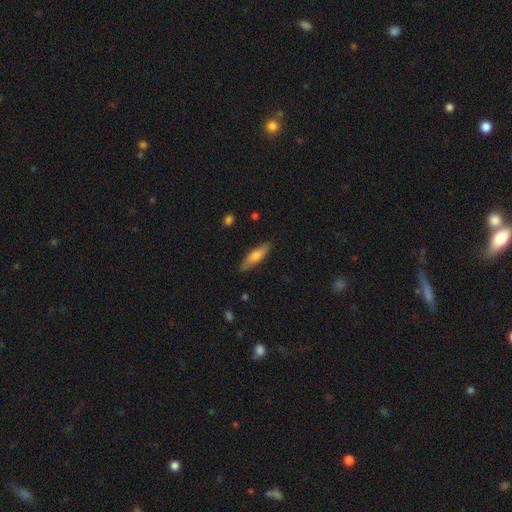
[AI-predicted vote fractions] smooth-or-featured: smooth: 65% | featured or disk: 29% | star or artifact: 6%
  how-rounded: cigar-shaped: 63% | in between: 35% | round: 2%
  merging: none: 85% | minor disturbance: 11% | major disturbance: 2% | merger: 1%